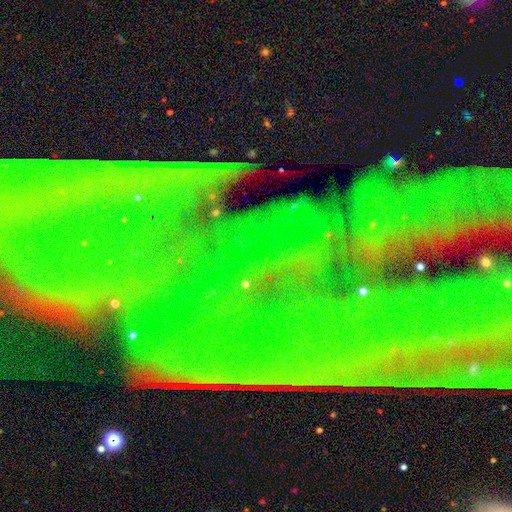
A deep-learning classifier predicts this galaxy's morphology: Overall: star or artifact (80%).